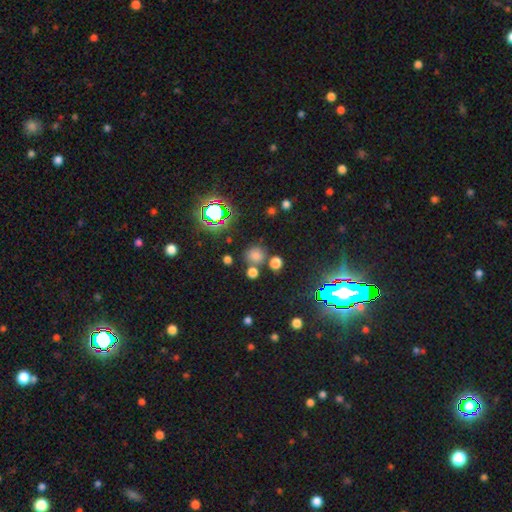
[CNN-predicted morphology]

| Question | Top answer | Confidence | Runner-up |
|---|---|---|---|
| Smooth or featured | smooth | 66% | star or artifact (28%) |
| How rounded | round | 87% | in between (12%) |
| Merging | none | 72% | merger (16%) |